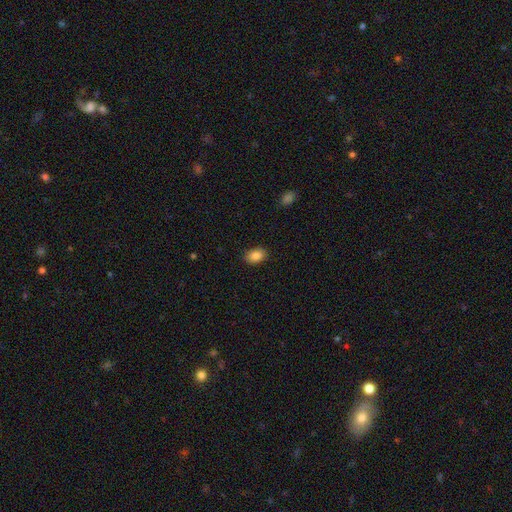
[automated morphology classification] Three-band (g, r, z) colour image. It shows a smooth galaxy with no disk features (86%) that is in between round and cigar-shaped (85%). Merging: none (88%).